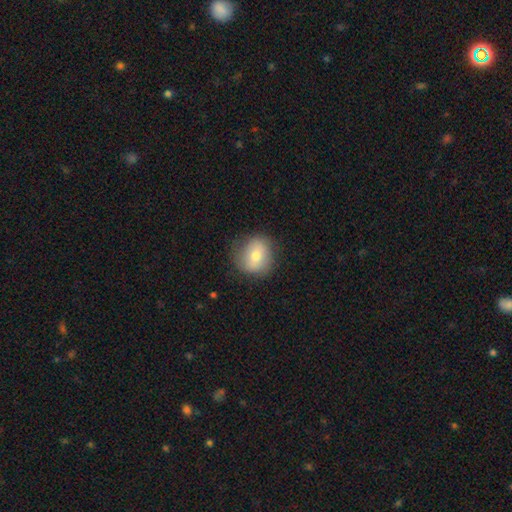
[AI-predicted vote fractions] Smooth or featured? Predicted: smooth (p=0.69). How rounded? Predicted: round (p=0.77). Merging? Predicted: none (p=0.80).